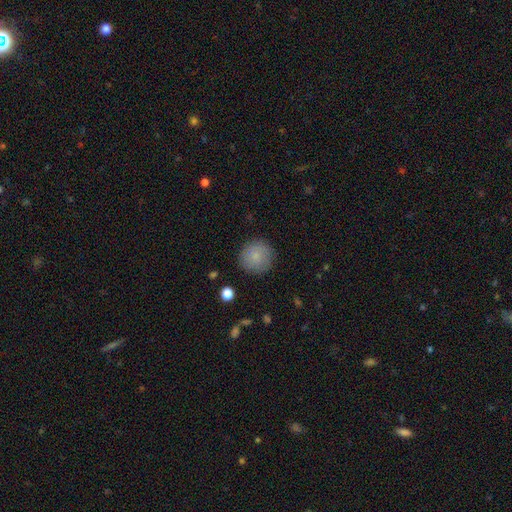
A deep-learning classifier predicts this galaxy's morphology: smooth 84%, star or artifact 8%, featured or disk 8%. Down the decision tree: how rounded — round (94%); merging — none (87%).